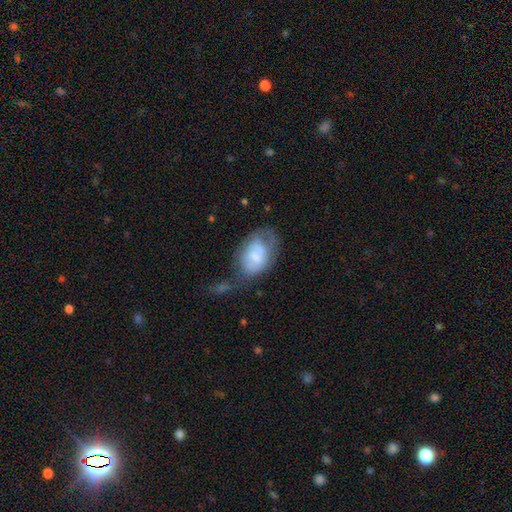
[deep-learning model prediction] Smooth or featured?
  - smooth: 54% *
  - featured or disk: 38%
  - star or artifact: 8%
How rounded?
  - in between: 85% *
  - round: 13%
  - cigar-shaped: 1%
Merging?
  - none: 31% *
  - minor disturbance: 30%
  - major disturbance: 27%
  - merger: 11%